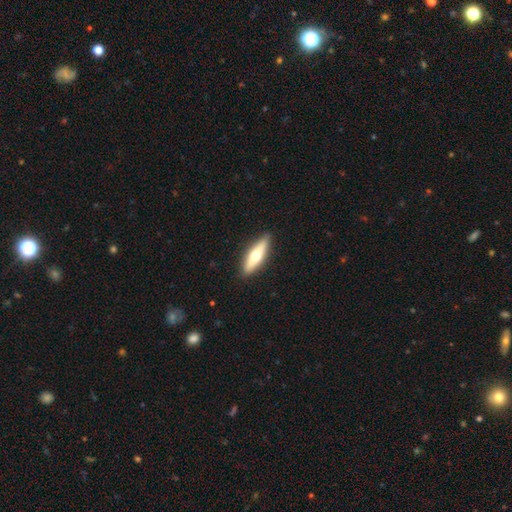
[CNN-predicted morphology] Smooth or featured? Predicted: smooth (p=0.53). How rounded? Predicted: cigar-shaped (p=0.55). Merging? Predicted: none (p=0.89).